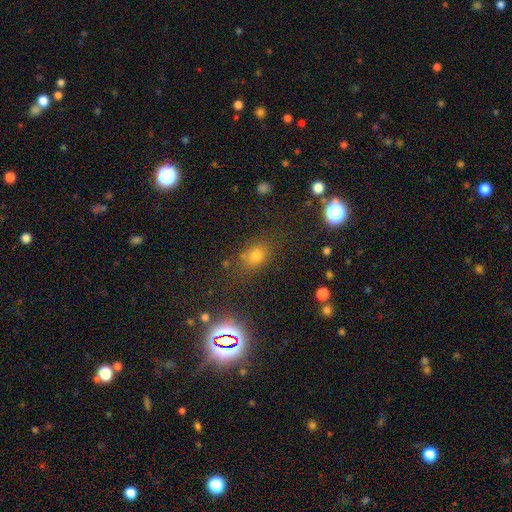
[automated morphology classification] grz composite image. It shows a smooth galaxy with no disk features (65%) that is in between round and cigar-shaped (57%). Merging: none (75%).